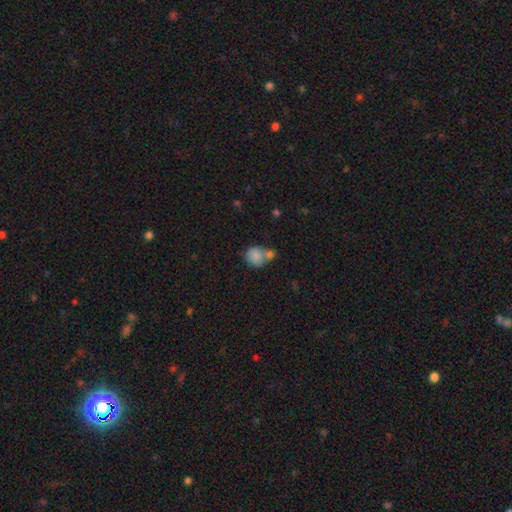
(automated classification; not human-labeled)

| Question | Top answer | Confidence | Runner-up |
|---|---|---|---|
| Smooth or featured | smooth | 82% | featured or disk (10%) |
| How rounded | round | 73% | in between (26%) |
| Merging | merger | 48% | none (34%) |